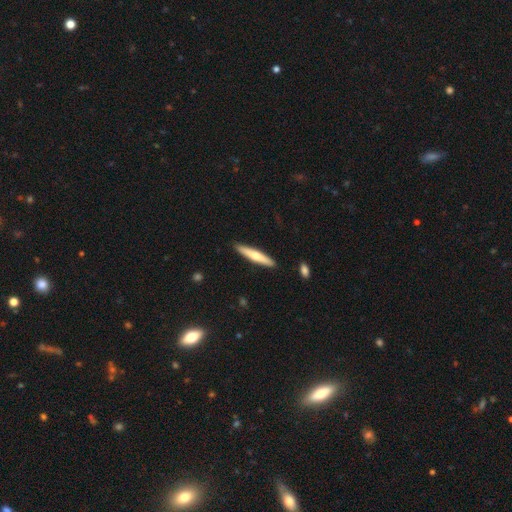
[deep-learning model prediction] A smooth galaxy with no disk features (55%) that is cigar-shaped (92%).

Vote fractions:
- Smooth or featured? smooth: 55% / featured or disk: 40% / star or artifact: 5%
- How rounded? cigar-shaped: 92% / in between: 7% / round: 1%
- Merging? none: 91% / minor disturbance: 7% / major disturbance: 1% / merger: 1%